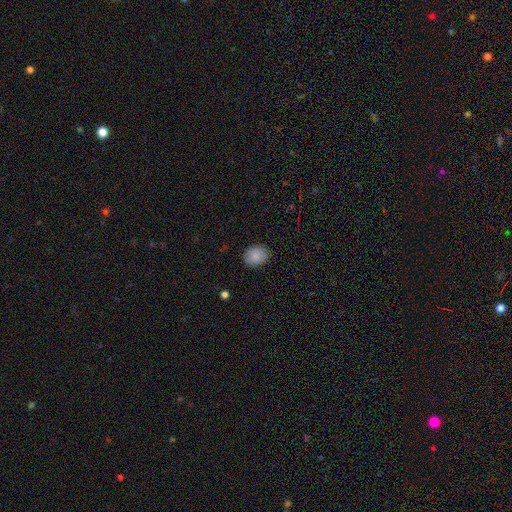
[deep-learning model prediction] Smooth or featured?
  - smooth: 85% *
  - star or artifact: 8%
  - featured or disk: 7%
How rounded?
  - round: 53% *
  - in between: 46%
  - cigar-shaped: 1%
Merging?
  - none: 87% *
  - minor disturbance: 10%
  - major disturbance: 2%
  - merger: 1%